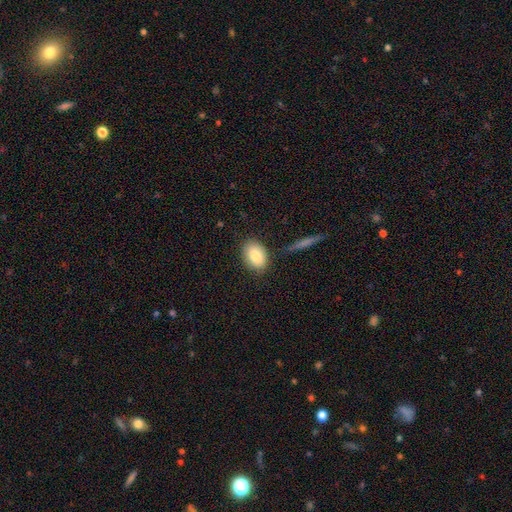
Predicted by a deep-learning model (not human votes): Morphology: type=smooth (85%); roundness=in between (82%); merging=none (82%).